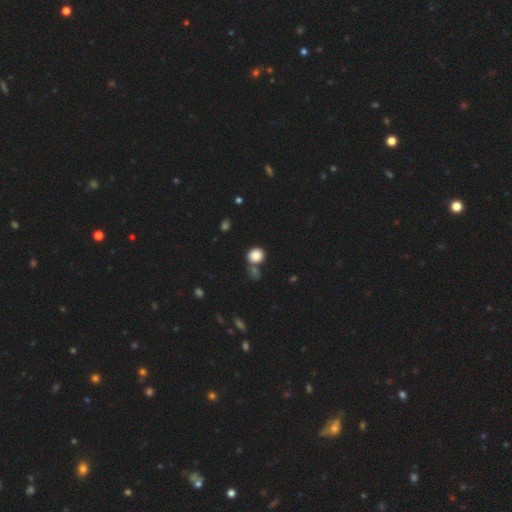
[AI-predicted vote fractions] A smooth galaxy with no disk features (84%) that is round (81%). Merging: none (64%).